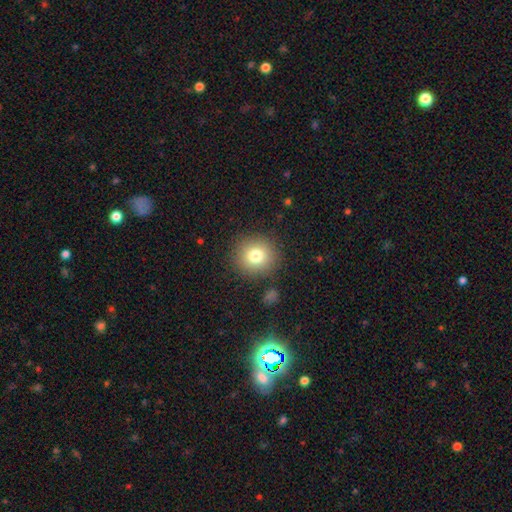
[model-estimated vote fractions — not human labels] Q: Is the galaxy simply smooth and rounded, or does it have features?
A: smooth — 79%.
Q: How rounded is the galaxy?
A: round — 89%.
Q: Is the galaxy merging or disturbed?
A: none — 87%.